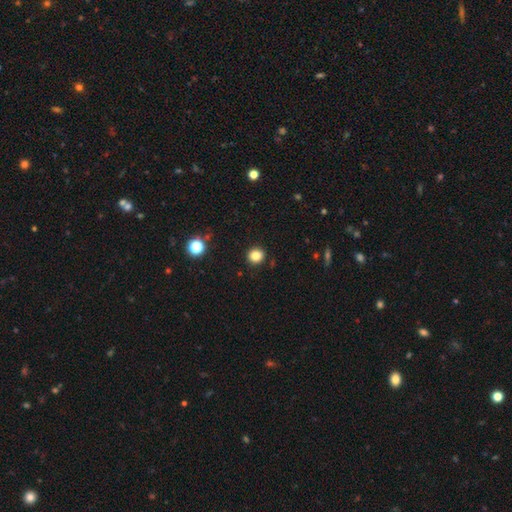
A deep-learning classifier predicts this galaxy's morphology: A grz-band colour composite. It shows a smooth galaxy with no disk features (83%) that is round (87%). Merging: none (92%).